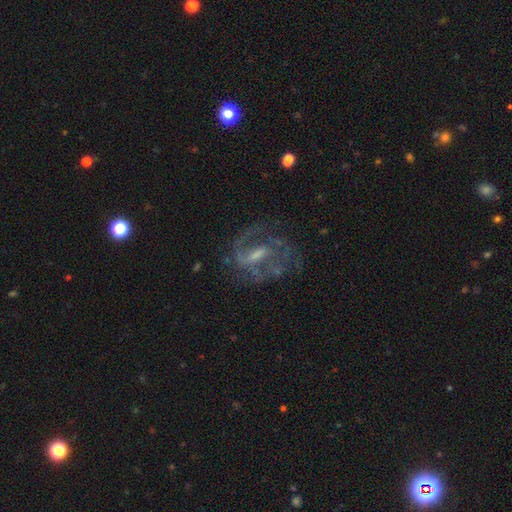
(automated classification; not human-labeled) The model was most divided on "bulge size": small: 39%, moderate: 35%, none: 20%, large: 5%, dominant: 1%. Remaining: edge-on disk — no (96%); spiral arms — yes (84%); smooth or featured — featured or disk (81%); merging — none (56%); spiral arm count — 2 (52%); bar — weak (50%); spiral winding — medium (50%).